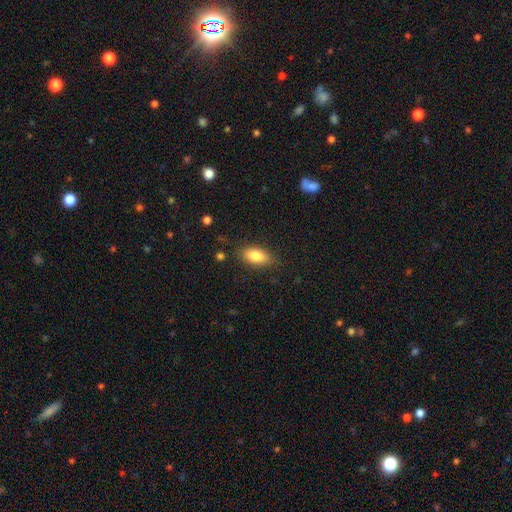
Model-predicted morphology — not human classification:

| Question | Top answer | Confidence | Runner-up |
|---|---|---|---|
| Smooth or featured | smooth | 82% | featured or disk (11%) |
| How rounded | in between | 88% | cigar-shaped (8%) |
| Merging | none | 83% | minor disturbance (12%) |